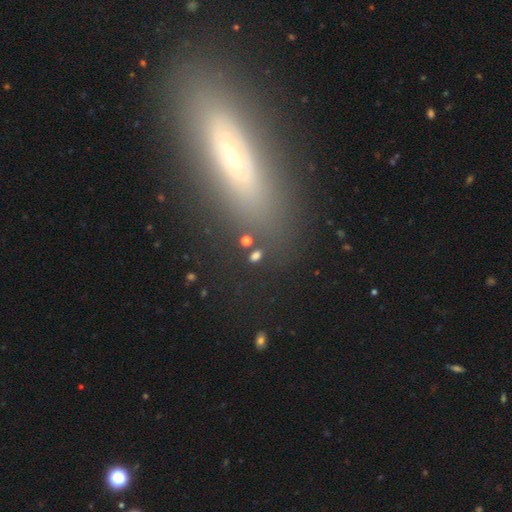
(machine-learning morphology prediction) Smooth or featured? Predicted: smooth (p=0.71). How rounded? Predicted: in between (p=0.66). Merging? Predicted: none (p=0.81).